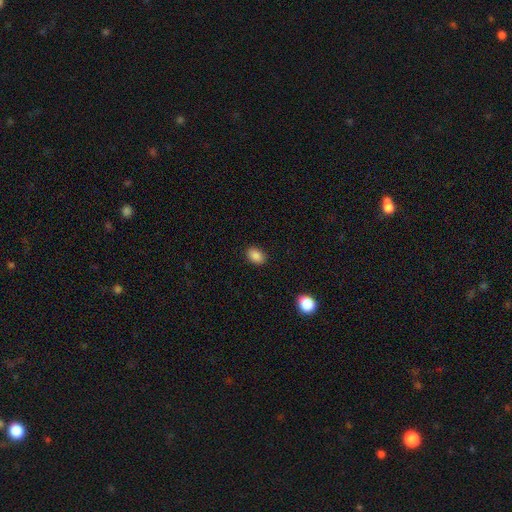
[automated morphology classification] This is clearly a smooth galaxy (87%). How rounded: likely in between (79%). Merging: clearly none (88%).